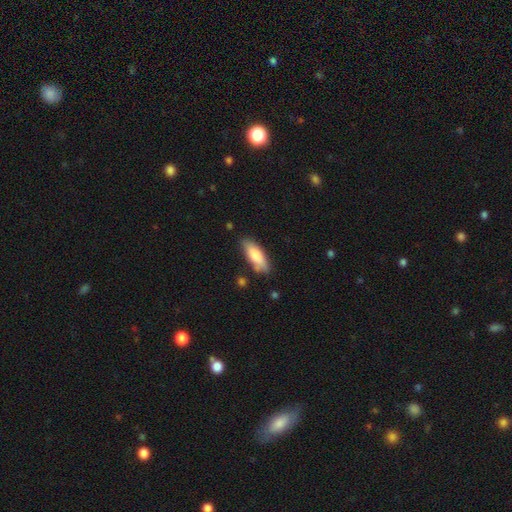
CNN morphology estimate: A smooth galaxy with no disk features (80%) that is in between round and cigar-shaped (62%). Merging: none (77%).